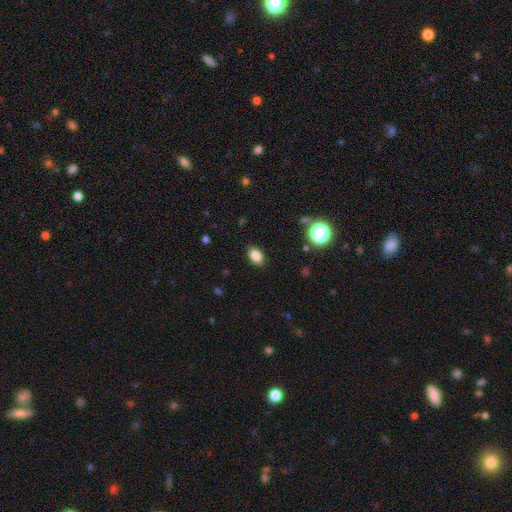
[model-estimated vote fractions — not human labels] A smooth galaxy with no disk features (84%) that is in between round and cigar-shaped (85%).

Vote fractions:
- Smooth or featured? smooth: 84% / star or artifact: 11% / featured or disk: 5%
- How rounded? in between: 85% / round: 13% / cigar-shaped: 2%
- Merging? none: 88% / minor disturbance: 9% / major disturbance: 3% / merger: 1%